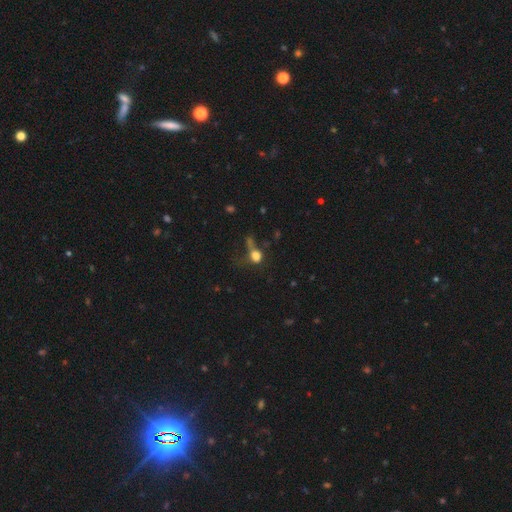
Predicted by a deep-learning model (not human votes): Smooth or featured: smooth — 71% (star or artifact — 16%)
How rounded: round — 59% (in between — 38%)
Merging: major disturbance — 36% (none — 30%)